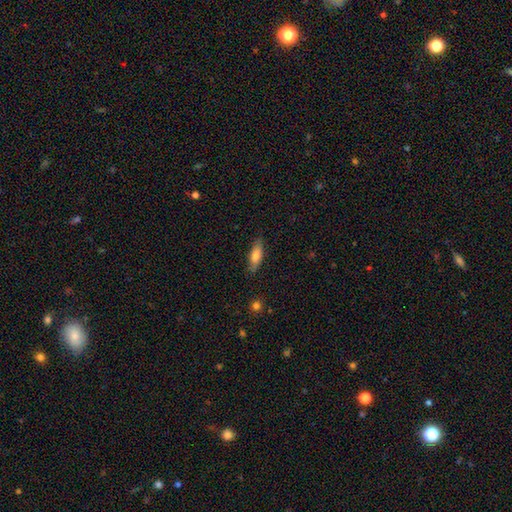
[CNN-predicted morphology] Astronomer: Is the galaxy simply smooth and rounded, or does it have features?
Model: smooth — 75%.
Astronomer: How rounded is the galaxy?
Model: in between — 55% (runner-up: cigar-shaped, 43%).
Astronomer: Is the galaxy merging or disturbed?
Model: none — 81%.